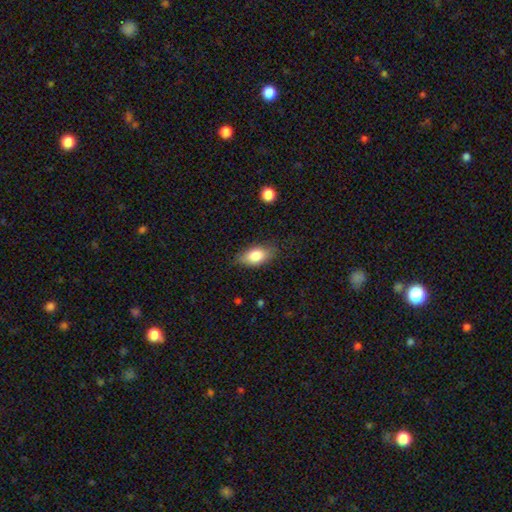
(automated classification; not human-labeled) smooth_or_featured: smooth (p=0.81) [alt: featured or disk p=0.12]
how_rounded: in between (p=0.89) [alt: round p=0.06]
merging: none (p=0.80) [alt: minor disturbance p=0.16]